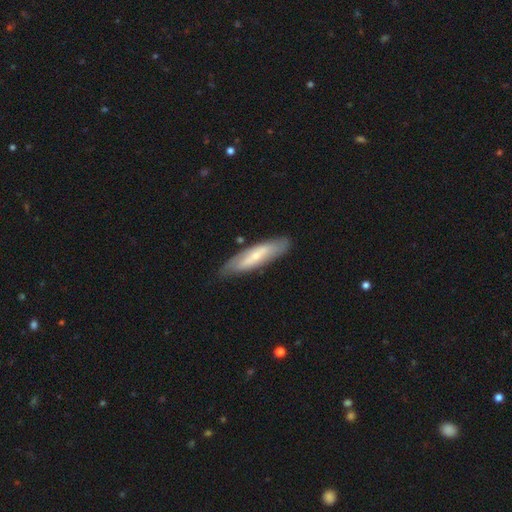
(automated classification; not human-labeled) This appears to be a featured or disk galaxy (52%). Merging: none (78%).